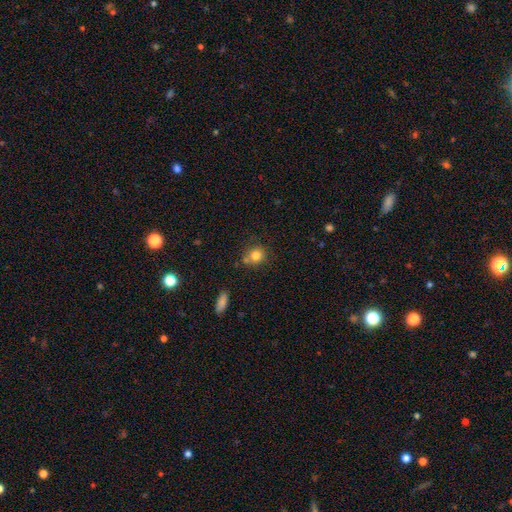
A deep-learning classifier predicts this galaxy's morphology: Smooth or featured?
  - smooth: 81% *
  - star or artifact: 11%
  - featured or disk: 8%
How rounded?
  - round: 84% *
  - in between: 15%
  - cigar-shaped: 1%
Merging?
  - none: 67% *
  - merger: 15%
  - minor disturbance: 15%
  - major disturbance: 4%